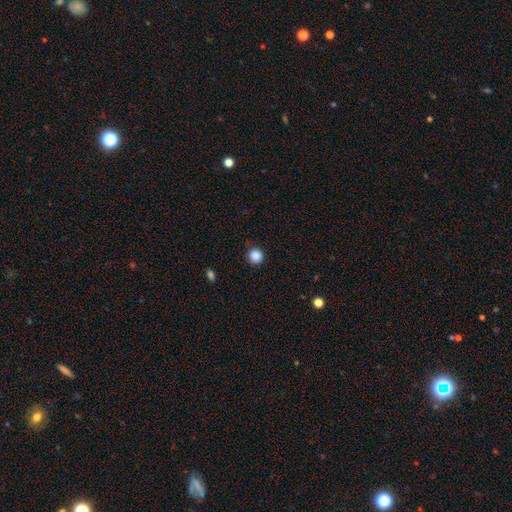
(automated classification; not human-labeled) Smooth or featured: smooth — 87% (star or artifact — 10%)
How rounded: round — 94% (in between — 5%)
Merging: none — 88% (minor disturbance — 8%)